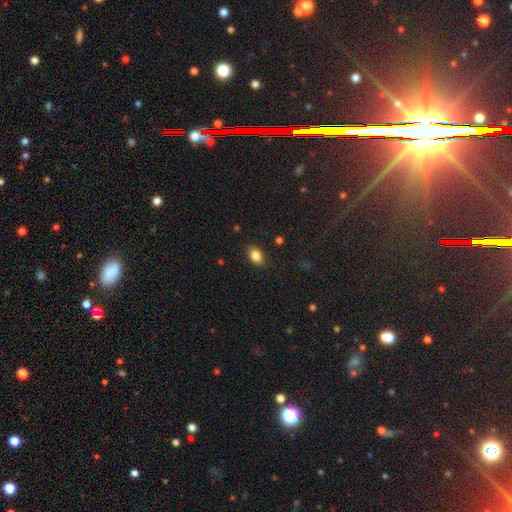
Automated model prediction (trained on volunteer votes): Overall: smooth (84%). How rounded: in between (85%). Merging: none (85%).